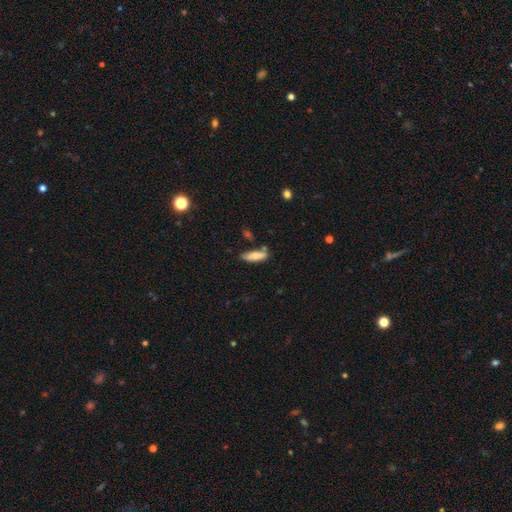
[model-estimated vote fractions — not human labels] smooth-or-featured: smooth: 73% | featured or disk: 21% | star or artifact: 7%
  how-rounded: cigar-shaped: 50% | in between: 48% | round: 2%
  merging: none: 64% | minor disturbance: 20% | merger: 11% | major disturbance: 5%